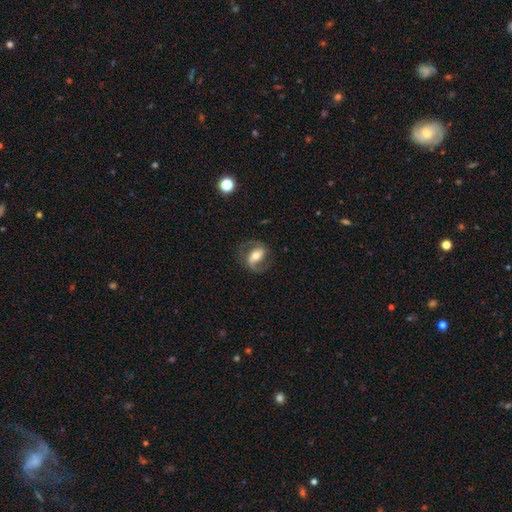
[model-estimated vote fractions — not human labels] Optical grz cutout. It shows a featured or disk galaxy (79%) with a strong bar (38%), 2 (84%) medium (50%) spiral arms (93%) and a moderate central bulge (66%). Merging: none (72%).